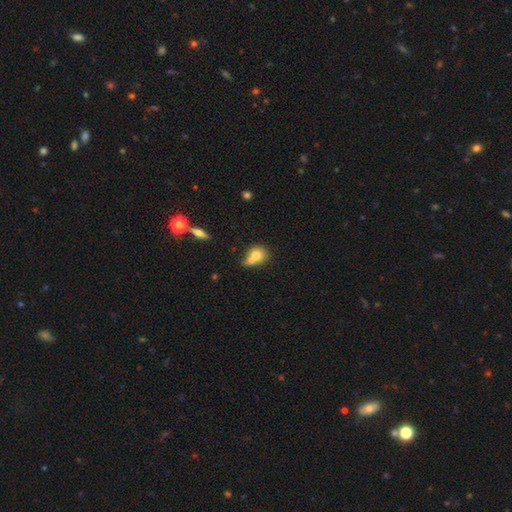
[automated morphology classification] smooth_or_featured: smooth (p=0.72) [alt: featured or disk p=0.18]
how_rounded: round (p=0.69) [alt: in between p=0.30]
merging: merger (p=0.53) [alt: none p=0.33]